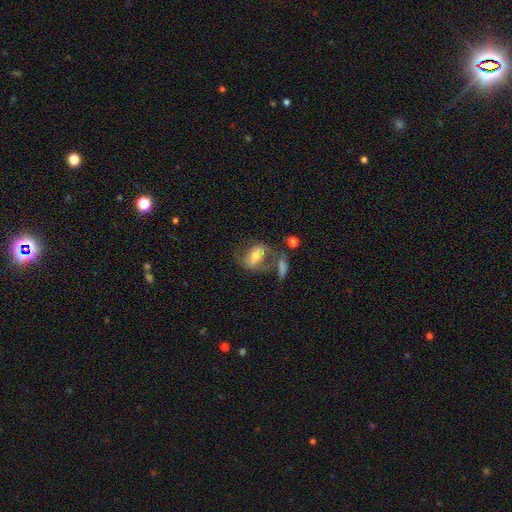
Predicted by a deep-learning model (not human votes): Smooth or featured? featured or disk (57%)
Edge-on disk? no (94%)
Bar? weak (36%, tied with no)
Spiral arms? yes (74%)
Bulge size? moderate (66%)
Merging? none (40%)